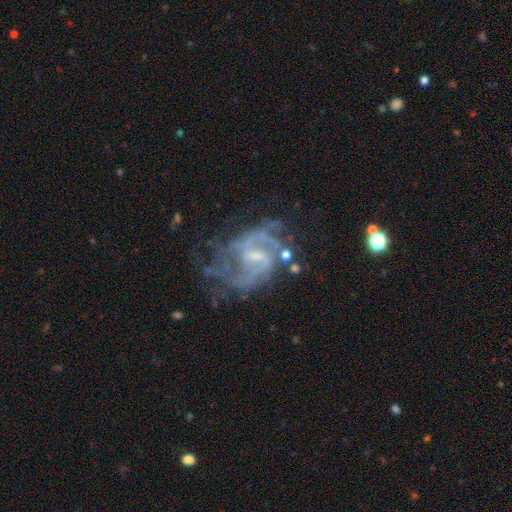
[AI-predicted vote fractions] Q: Smooth or featured?
A: featured or disk (87%); runner-up: star or artifact (7%)
Q: Edge-on disk?
A: no (98%); runner-up: yes (2%)
Q: Bar?
A: weak (60%); runner-up: no (22%)
Q: Spiral arms?
A: yes (92%); runner-up: no (8%)
Q: Spiral winding?
A: medium (51%); runner-up: tight (29%)
Q: Spiral arm count?
A: 2 (57%); runner-up: can't tell (21%)
Q: Bulge size?
A: small (51%); runner-up: moderate (31%)
Q: Merging?
A: none (50%); runner-up: major disturbance (23%)